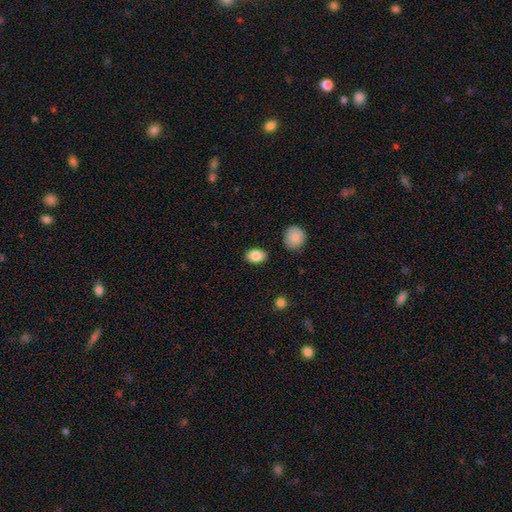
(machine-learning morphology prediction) smooth_or_featured: smooth (p=0.86) [alt: star or artifact p=0.08]
how_rounded: in between (p=0.83) [alt: round p=0.15]
merging: none (p=0.87) [alt: minor disturbance p=0.09]